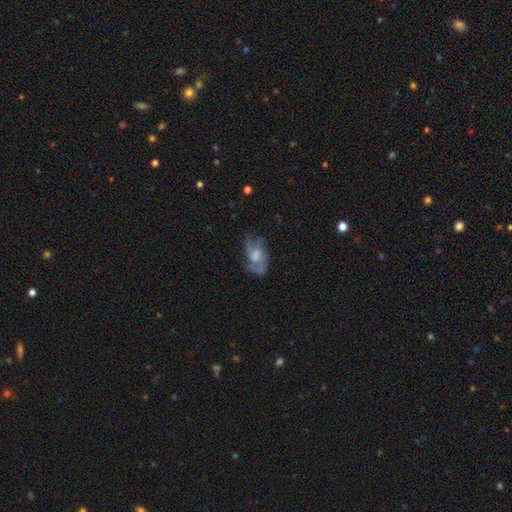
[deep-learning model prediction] This is likely a featured or disk galaxy (64%). It is clearly not viewed edge-on (95%). Bar: possibly no (51%). Spiral arm pattern: likely yes (76%). Central bulge: marginally moderate (34%). Merging: possibly none (51%).